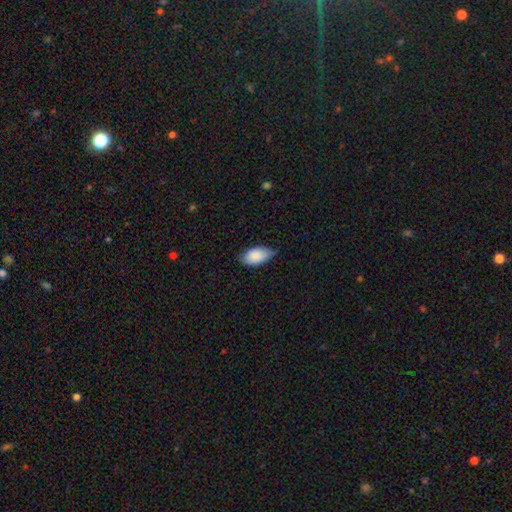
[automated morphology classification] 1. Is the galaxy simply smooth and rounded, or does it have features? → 86% smooth, 7% featured or disk, 6% star or artifact.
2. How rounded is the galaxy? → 94% in between, 3% round, 3% cigar-shaped.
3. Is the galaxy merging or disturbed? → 57% none, 37% minor disturbance, 5% major disturbance, 1% merger.